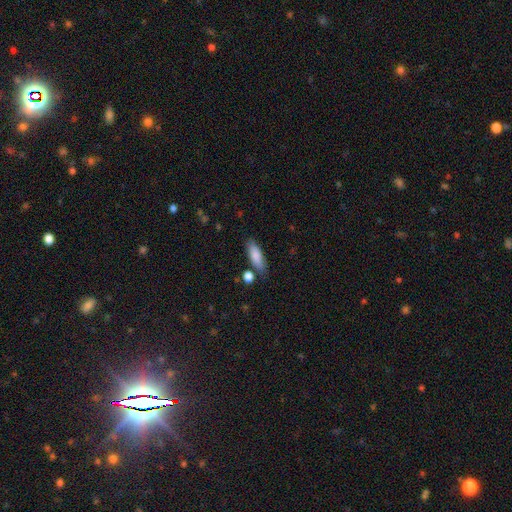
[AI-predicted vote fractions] smooth-or-featured: smooth: 85% | featured or disk: 9% | star or artifact: 6%
  how-rounded: in between: 65% | cigar-shaped: 32% | round: 2%
  merging: none: 76% | minor disturbance: 14% | merger: 6% | major disturbance: 3%